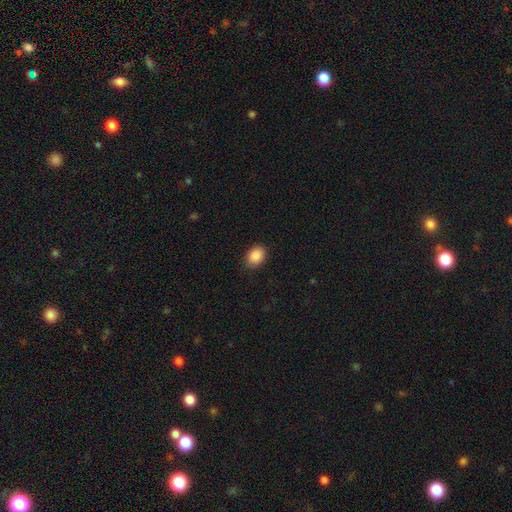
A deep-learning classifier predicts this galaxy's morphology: A smooth galaxy with no disk features (89%) that is in between round and cigar-shaped (67%).

Vote fractions:
- Smooth or featured? smooth: 89% / star or artifact: 8% / featured or disk: 3%
- How rounded? in between: 67% / round: 32% / cigar-shaped: 1%
- Merging? none: 86% / minor disturbance: 11% / major disturbance: 2% / merger: 1%